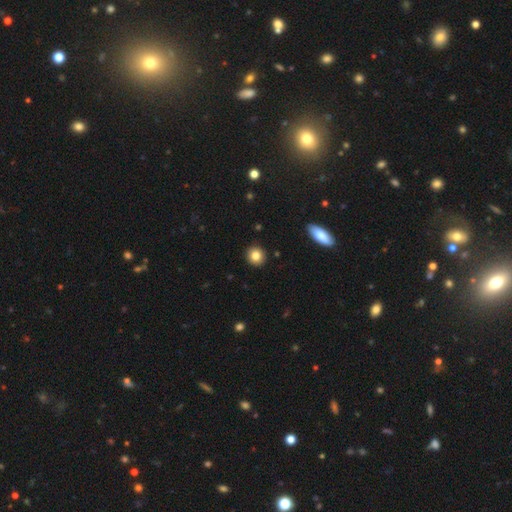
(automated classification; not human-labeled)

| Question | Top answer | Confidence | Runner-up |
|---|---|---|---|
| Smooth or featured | smooth | 84% | star or artifact (9%) |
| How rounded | round | 88% | in between (11%) |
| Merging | none | 91% | minor disturbance (6%) |